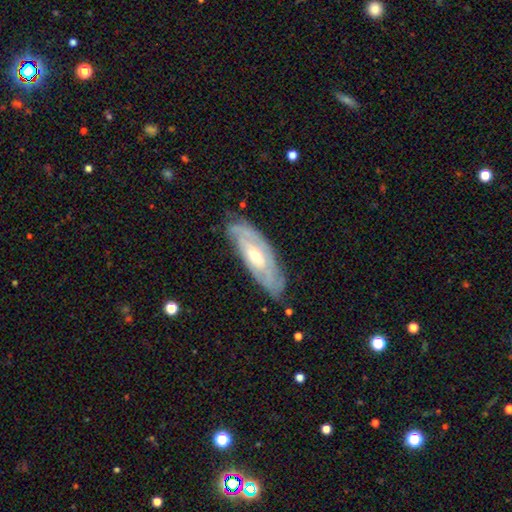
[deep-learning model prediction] Overall: featured or disk (74%). Edge-on disk: no (79%). Bar: no (59%; weak 31%). Spiral arms: yes (76%). Bulge size: moderate (61%; small 33%). Merging: none (74%).